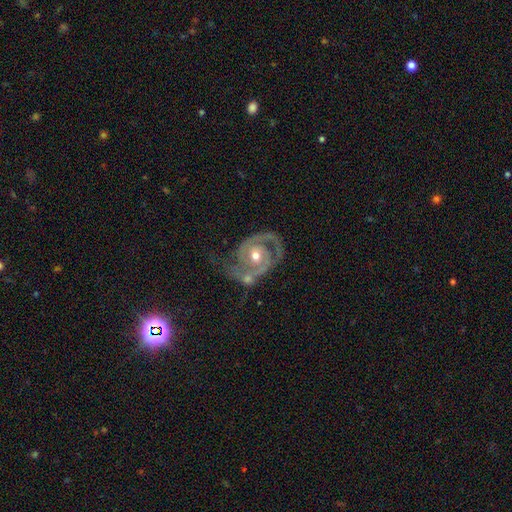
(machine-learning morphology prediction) Smooth or featured? Predicted: featured or disk (p=0.87). Edge-on disk? Predicted: no (p=0.97). Bar? Predicted: no (p=0.67). Spiral arms? Predicted: yes (p=0.91). Spiral winding? Predicted: medium (p=0.44). Spiral arm count? Predicted: 2 (p=0.78). Bulge size? Predicted: moderate (p=0.75). Merging? Predicted: none (p=0.46).